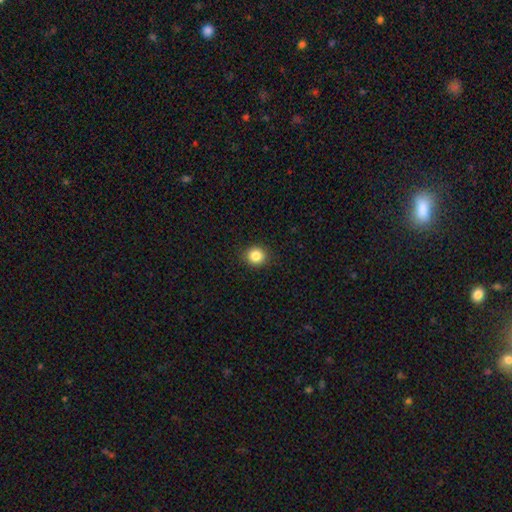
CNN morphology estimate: Smooth or featured?
  - smooth: 85% *
  - star or artifact: 11%
  - featured or disk: 4%
How rounded?
  - round: 89% *
  - in between: 10%
  - cigar-shaped: 1%
Merging?
  - none: 91% *
  - minor disturbance: 6%
  - major disturbance: 2%
  - merger: 1%